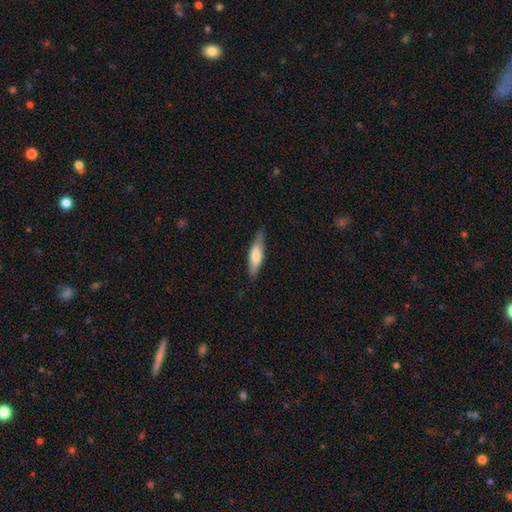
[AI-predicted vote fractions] Smooth or featured? Predicted: smooth (p=0.65). How rounded? Predicted: cigar-shaped (p=0.65). Merging? Predicted: none (p=0.81).